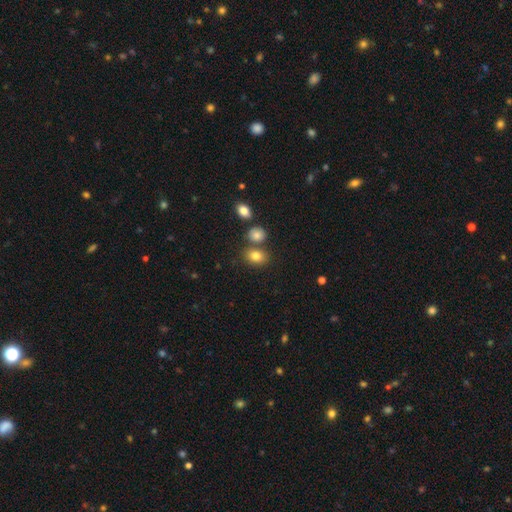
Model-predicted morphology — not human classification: smooth 81%, star or artifact 11%, featured or disk 8%. Down the decision tree: how rounded — in between (60%); merging — none (66%).